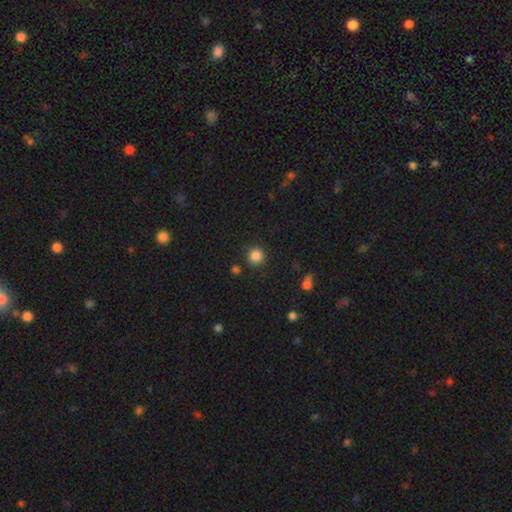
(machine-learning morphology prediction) Smooth or featured? smooth (86%)
How rounded? round (92%)
Merging? none (87%)